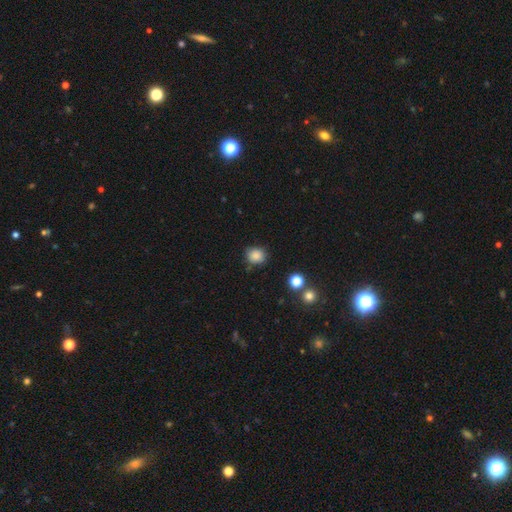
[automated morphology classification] smooth 85%, star or artifact 11%, featured or disk 5%. Down the decision tree: how rounded — round (73%); merging — none (77%).